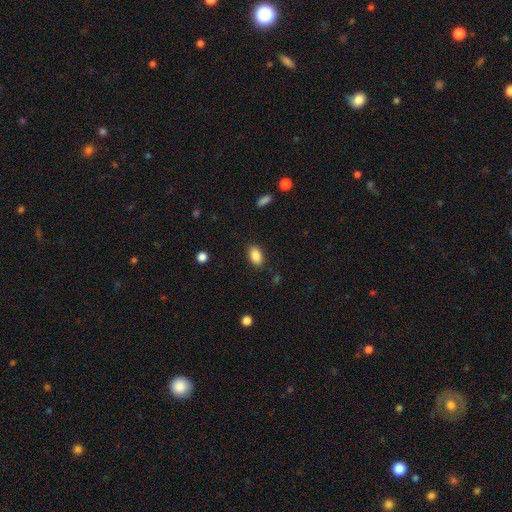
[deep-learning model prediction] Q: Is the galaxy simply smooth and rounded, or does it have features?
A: smooth — 88%.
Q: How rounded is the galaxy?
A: in between — 91%.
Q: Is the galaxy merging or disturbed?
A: none — 86%.